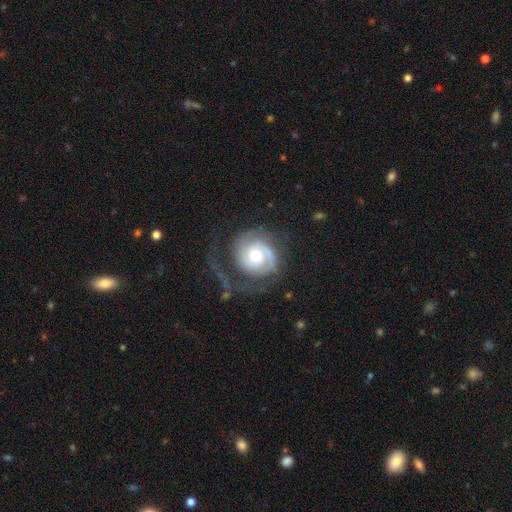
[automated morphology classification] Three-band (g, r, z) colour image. It shows a featured or disk galaxy (82%) with no bar (70%), 2 (49%) tight (55%) spiral arms (95%) and a moderate central bulge (63%). Merging: none (51%).